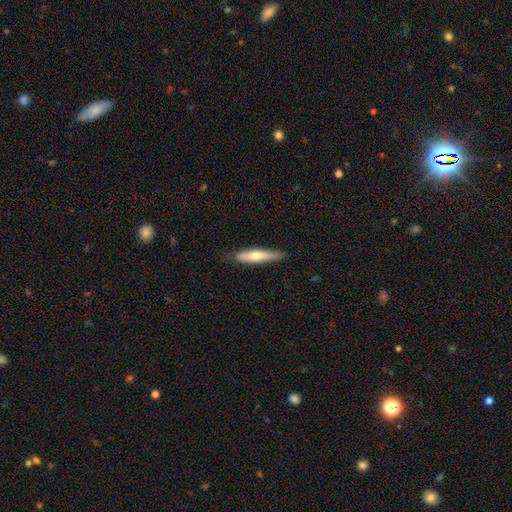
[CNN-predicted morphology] Smooth or featured?
  - smooth: 61% *
  - featured or disk: 34%
  - star or artifact: 6%
How rounded?
  - cigar-shaped: 84% *
  - in between: 14%
  - round: 1%
Merging?
  - none: 82% *
  - minor disturbance: 15%
  - major disturbance: 2%
  - merger: 1%